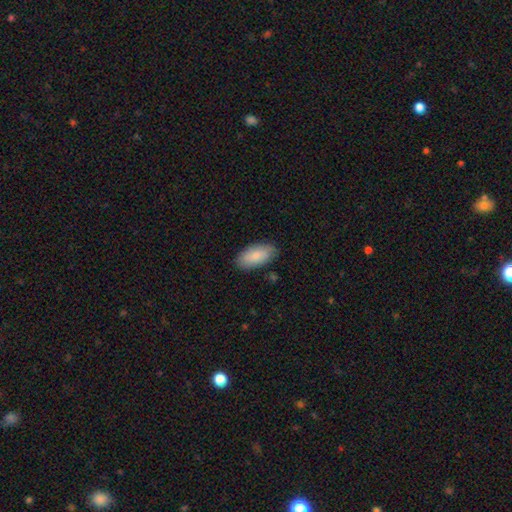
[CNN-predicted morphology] Smooth or featured? smooth (83%)
How rounded? in between (93%)
Merging? none (84%)